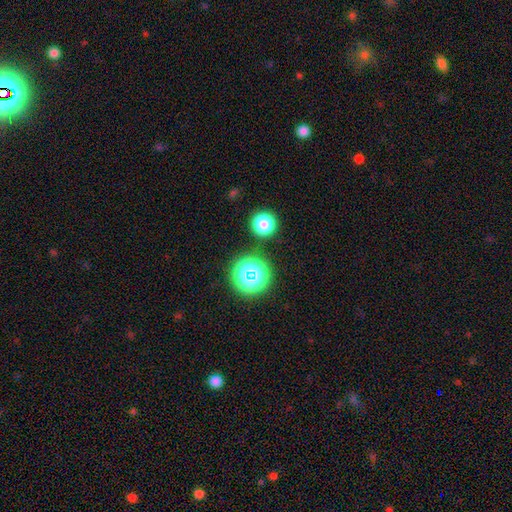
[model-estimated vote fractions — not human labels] smooth-or-featured: star or artifact: 53% | smooth: 38% | featured or disk: 8%